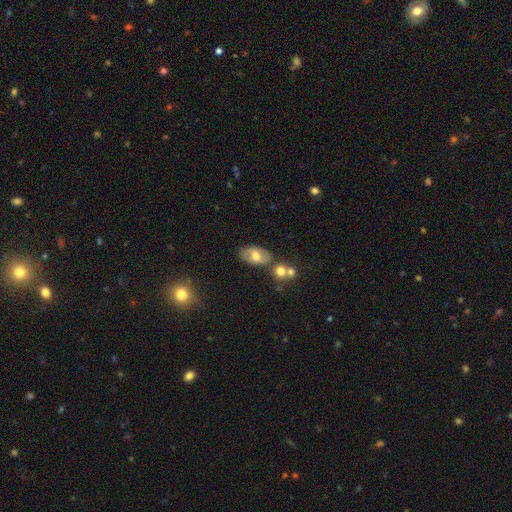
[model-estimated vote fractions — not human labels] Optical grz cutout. It shows a smooth galaxy with no disk features (57%) that is in between round and cigar-shaped (91%). Merging: none (68%).